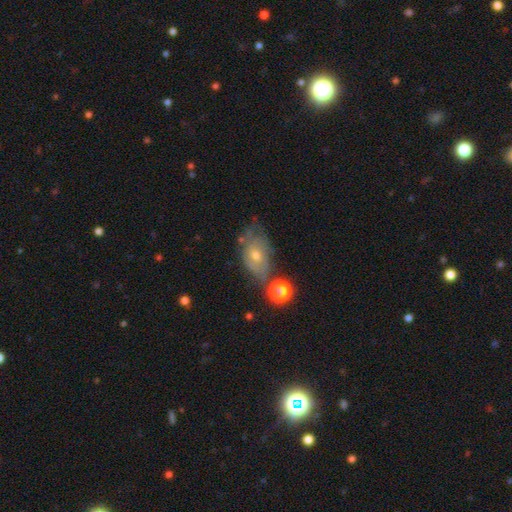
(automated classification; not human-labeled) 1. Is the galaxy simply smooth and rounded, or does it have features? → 48% featured or disk, 40% smooth, 12% star or artifact.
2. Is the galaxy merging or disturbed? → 41% none, 30% minor disturbance, 17% major disturbance, 11% merger.